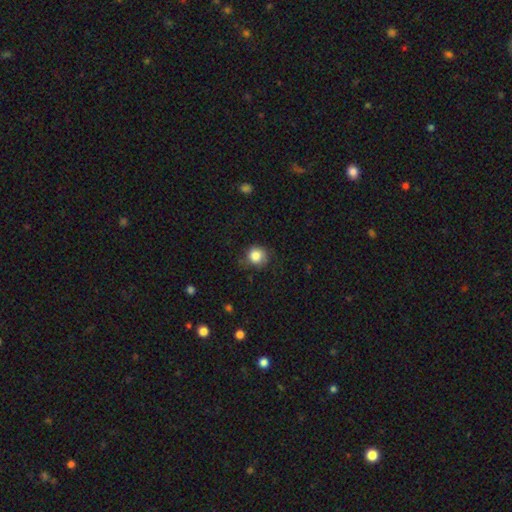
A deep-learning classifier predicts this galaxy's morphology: Smooth or featured? Predicted: smooth (p=0.85). How rounded? Predicted: round (p=0.85). Merging? Predicted: none (p=0.69).